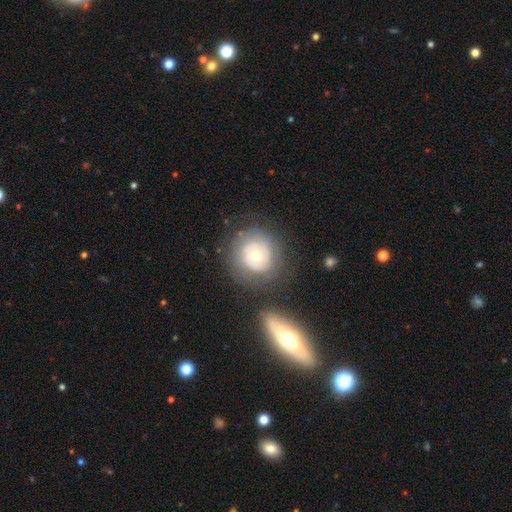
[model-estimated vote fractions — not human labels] smooth-or-featured: featured or disk: 55% | smooth: 38% | star or artifact: 7%
  disk-edge-on: no: 96% | yes: 4%
    bar: no: 86% | weak: 11% | strong: 3%
    has-spiral-arms: no: 56% | yes: 44%
    bulge-size: moderate: 49% | small: 44% | large: 5% | dominant: 1% | none: 1%
  merging: none: 69% | minor disturbance: 15% | major disturbance: 10% | merger: 6%